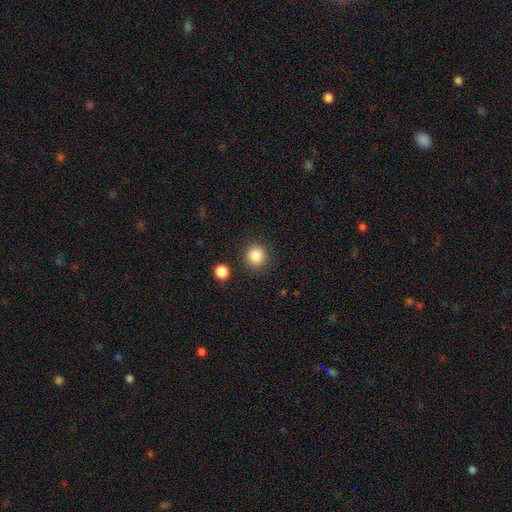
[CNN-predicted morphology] Q: Smooth or featured?
A: smooth (86%); runner-up: star or artifact (10%)
Q: How rounded?
A: round (88%); runner-up: in between (11%)
Q: Merging?
A: none (87%); runner-up: minor disturbance (7%)